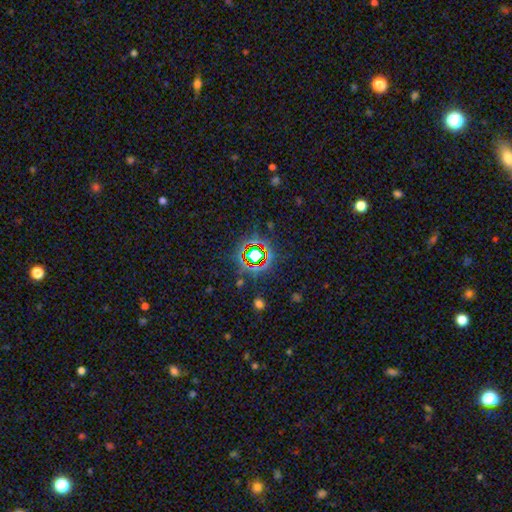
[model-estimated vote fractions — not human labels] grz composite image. It shows a star or artifact, not a galaxy (73%).